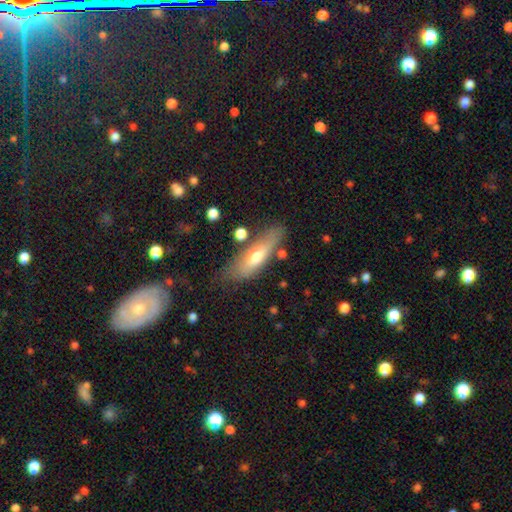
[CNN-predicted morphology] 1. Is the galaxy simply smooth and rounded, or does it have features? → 57% smooth, 36% featured or disk, 6% star or artifact.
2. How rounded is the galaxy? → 53% cigar-shaped, 45% in between, 3% round.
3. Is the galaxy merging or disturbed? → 65% none, 22% minor disturbance, 7% major disturbance, 6% merger.